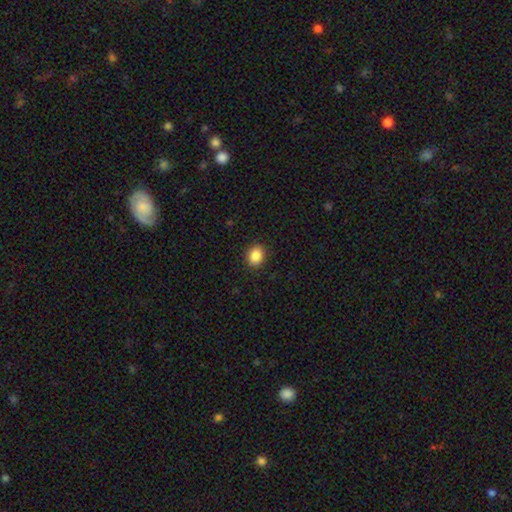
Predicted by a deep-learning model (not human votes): Smooth or featured?
  - smooth: 87% *
  - star or artifact: 9%
  - featured or disk: 5%
How rounded?
  - in between: 51% *
  - round: 48%
  - cigar-shaped: 1%
Merging?
  - none: 90% *
  - minor disturbance: 7%
  - major disturbance: 2%
  - merger: 1%